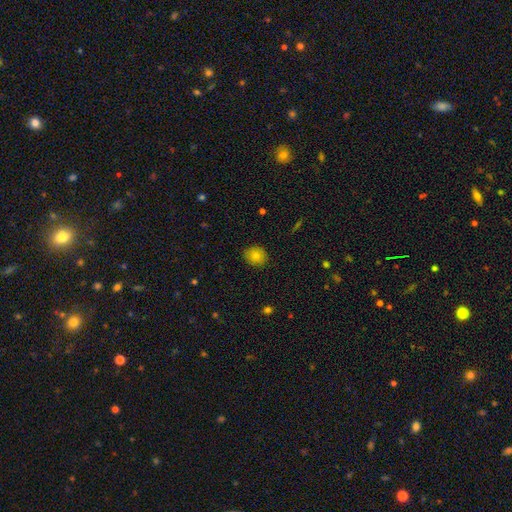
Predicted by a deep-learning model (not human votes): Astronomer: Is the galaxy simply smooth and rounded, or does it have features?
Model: smooth — 80%.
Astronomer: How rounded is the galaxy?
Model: round — 77%.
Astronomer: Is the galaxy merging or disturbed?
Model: none — 88%.